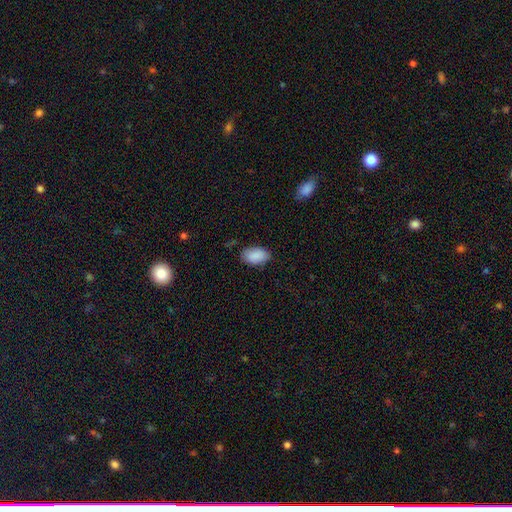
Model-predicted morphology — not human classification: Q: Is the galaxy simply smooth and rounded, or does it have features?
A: smooth — 90%.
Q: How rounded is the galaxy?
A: in between — 93%.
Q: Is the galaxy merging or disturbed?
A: none — 81%.